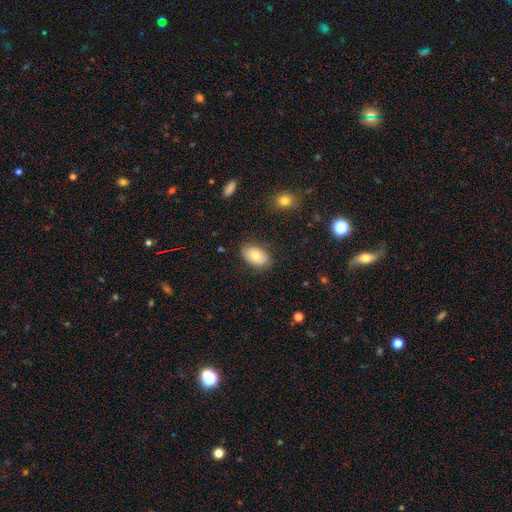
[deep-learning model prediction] A smooth galaxy with no disk features (72%) that is in between round and cigar-shaped (91%). Merging: none (81%).